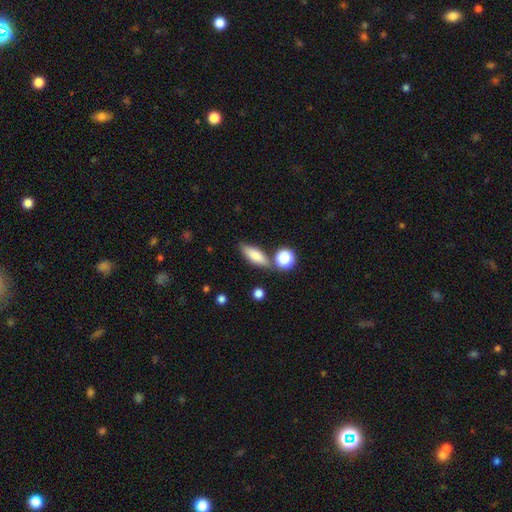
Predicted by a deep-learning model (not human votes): A smooth galaxy with no disk features (79%) that is in between round and cigar-shaped (62%).

Vote fractions:
- Smooth or featured? smooth: 79% / featured or disk: 13% / star or artifact: 9%
- How rounded? in between: 62% / cigar-shaped: 33% / round: 6%
- Merging? none: 72% / minor disturbance: 13% / merger: 11% / major disturbance: 4%